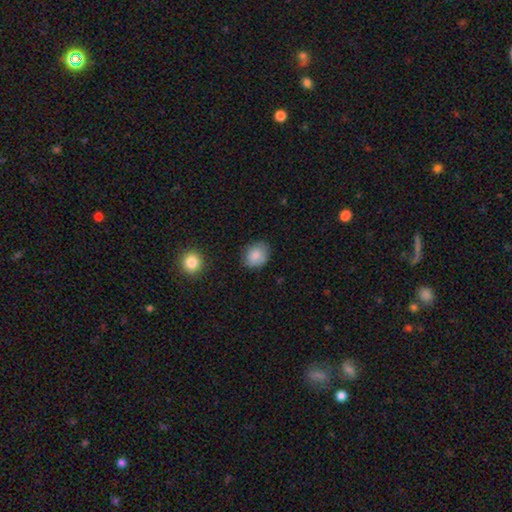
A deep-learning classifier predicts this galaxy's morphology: smooth 85%, star or artifact 8%, featured or disk 7%. Down the decision tree: how rounded — round (53%); merging — none (78%).